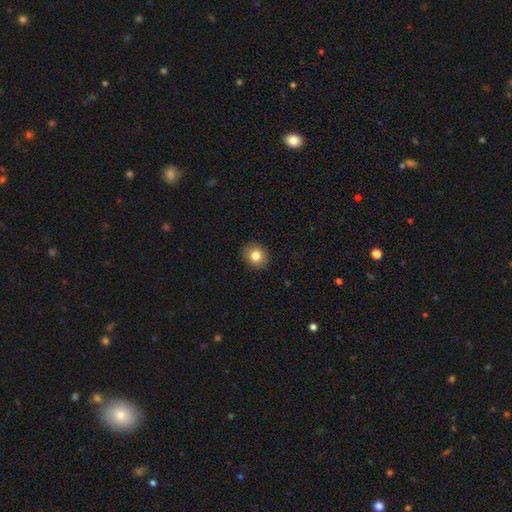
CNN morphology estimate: type=smooth (82%); roundness=round (77%); merging=none (90%).